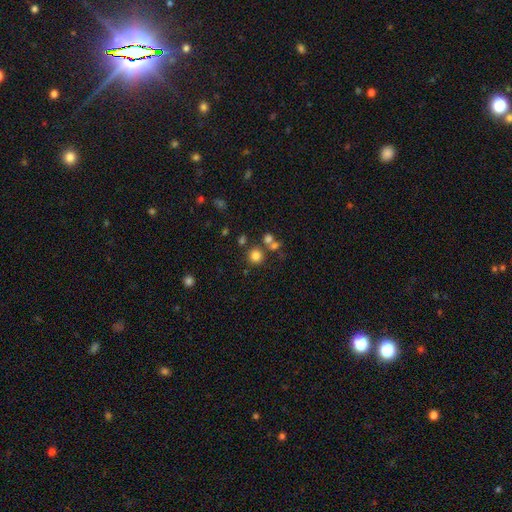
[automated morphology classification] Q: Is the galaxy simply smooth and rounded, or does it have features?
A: smooth — 78%.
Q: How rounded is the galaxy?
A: round — 92%.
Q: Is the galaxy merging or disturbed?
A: none — 74%.